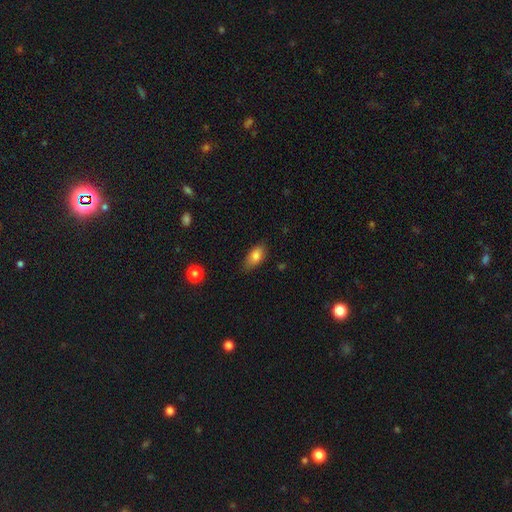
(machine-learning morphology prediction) Smooth or featured?
  - smooth: 81% *
  - featured or disk: 11%
  - star or artifact: 8%
How rounded?
  - in between: 88% *
  - cigar-shaped: 8%
  - round: 4%
Merging?
  - none: 77% *
  - minor disturbance: 18%
  - major disturbance: 3%
  - merger: 1%